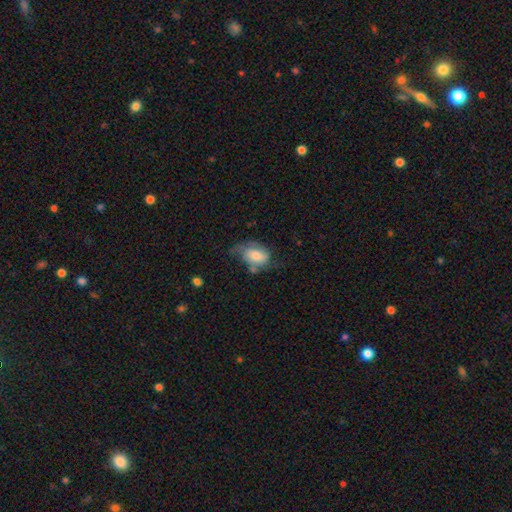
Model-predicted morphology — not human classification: The model was most divided on "merging": none: 35%, minor disturbance: 32%, major disturbance: 26%, merger: 7%. More confident: how rounded — in between (82%); smooth or featured — smooth (53%).